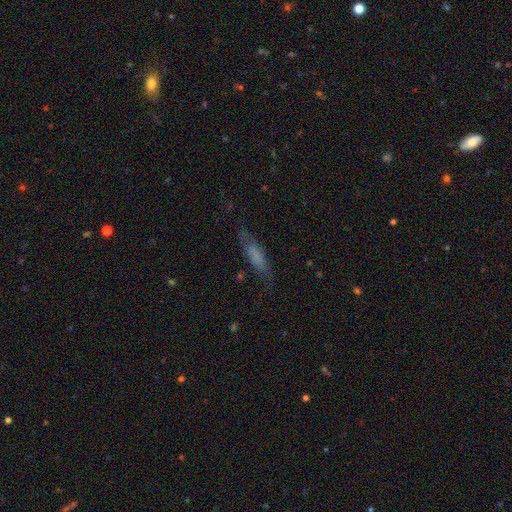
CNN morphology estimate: This is possibly a smooth galaxy (58%). How rounded: likely cigar-shaped (69%). Merging: likely none (68%).